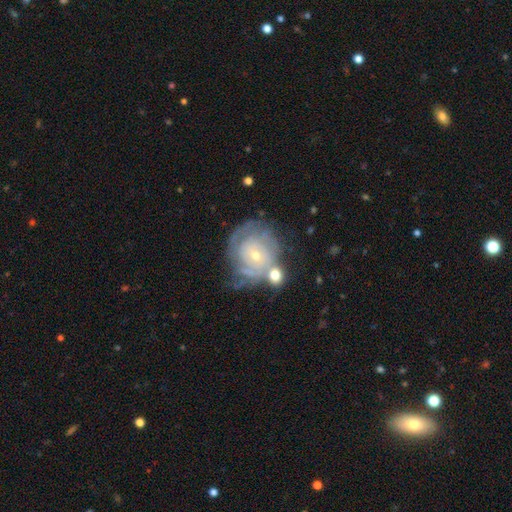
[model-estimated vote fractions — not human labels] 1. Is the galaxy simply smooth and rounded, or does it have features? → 75% featured or disk, 15% smooth, 11% star or artifact.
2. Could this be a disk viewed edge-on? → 96% no, 4% yes.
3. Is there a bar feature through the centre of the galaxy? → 70% no, 24% weak, 6% strong.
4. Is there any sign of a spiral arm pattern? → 90% yes, 10% no.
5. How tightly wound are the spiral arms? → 74% tight, 21% medium, 6% loose.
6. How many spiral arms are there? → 40% can't tell, 22% 2, 17% 3, 9% 4, 6% more than 4, 6% 1.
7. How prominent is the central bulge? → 69% small, 26% moderate, 2% none, 2% large, 1% dominant.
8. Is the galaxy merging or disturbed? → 60% none, 17% minor disturbance, 15% merger, 8% major disturbance.